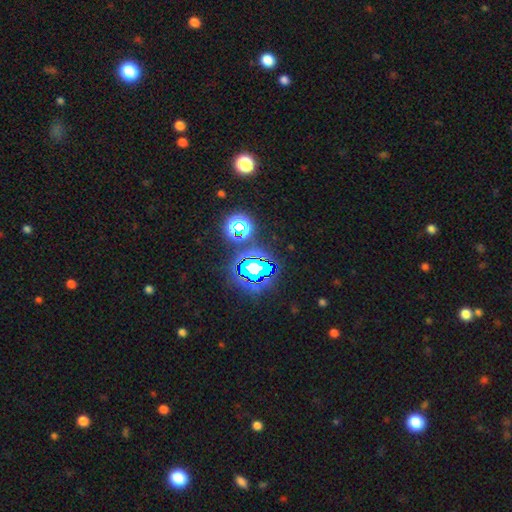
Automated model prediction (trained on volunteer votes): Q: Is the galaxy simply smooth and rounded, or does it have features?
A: star or artifact — 80%.